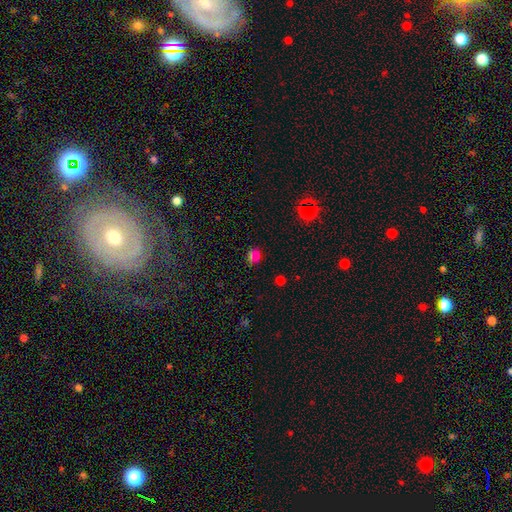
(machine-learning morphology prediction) Smooth or featured? smooth (58%)
How rounded? round (64%)
Merging? none (72%)